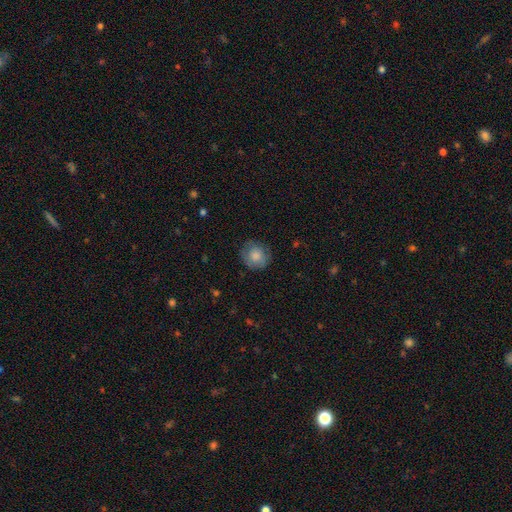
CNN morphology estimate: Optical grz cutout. It shows a smooth galaxy with no disk features (80%) that is round (88%). Merging: none (80%).